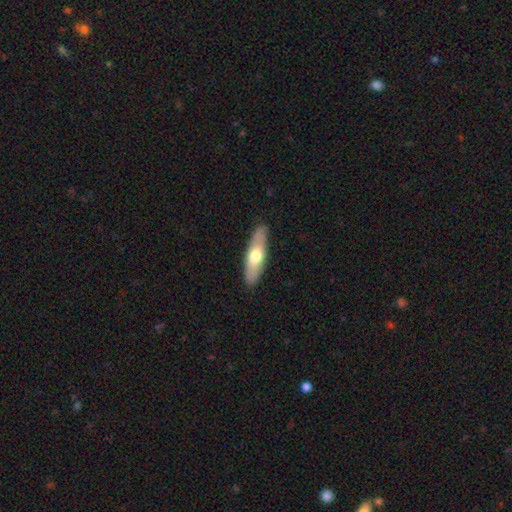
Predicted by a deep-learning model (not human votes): smooth 60%, featured or disk 35%, star or artifact 5%. Down the decision tree: how rounded — cigar-shaped (54%); merging — none (88%).